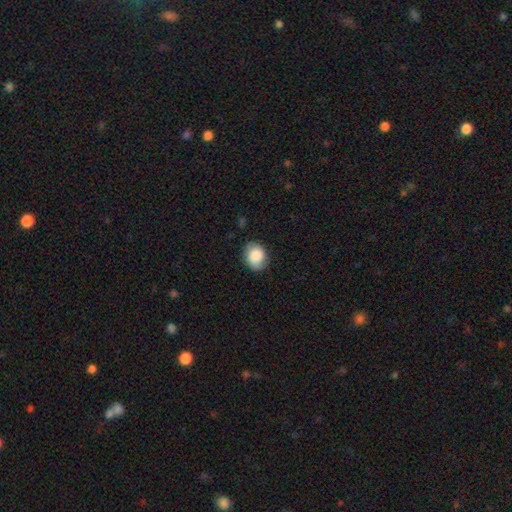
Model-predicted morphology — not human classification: This is clearly a smooth galaxy (85%). How rounded: possibly in between (52%). Merging: likely none (79%).